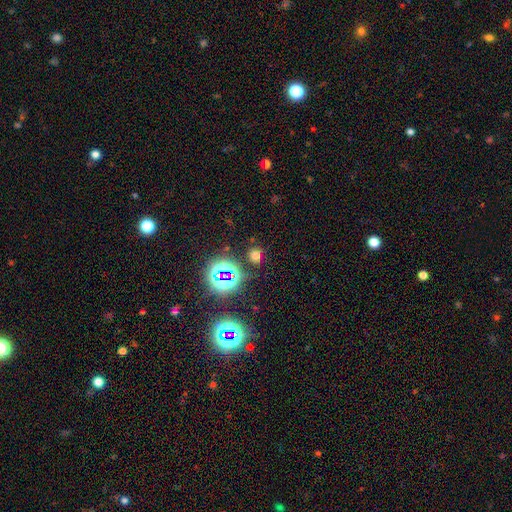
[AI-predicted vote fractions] This appears to be a smooth galaxy with no disk features (57%) that is round (65%). Merging: none (80%).